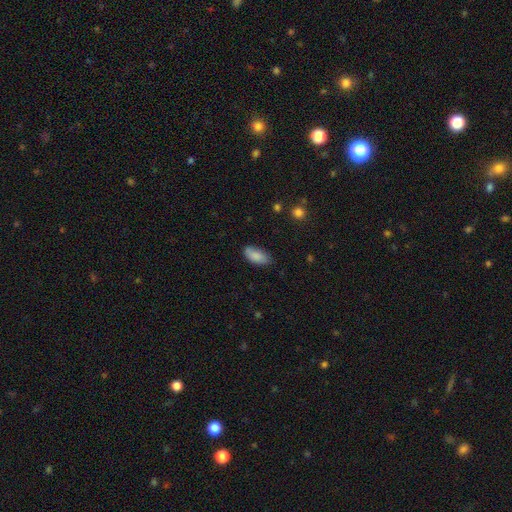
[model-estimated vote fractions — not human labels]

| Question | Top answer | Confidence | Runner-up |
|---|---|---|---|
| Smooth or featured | smooth | 85% | featured or disk (8%) |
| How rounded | in between | 90% | cigar-shaped (8%) |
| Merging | none | 73% | minor disturbance (21%) |